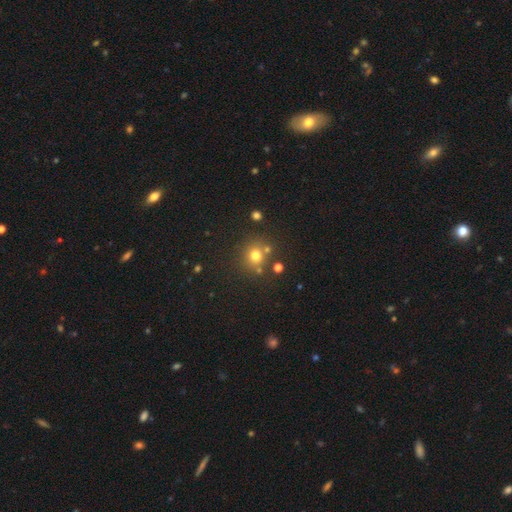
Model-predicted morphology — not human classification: This appears to be a smooth galaxy with no disk features (72%) that is round (88%). Merging: none (73%).